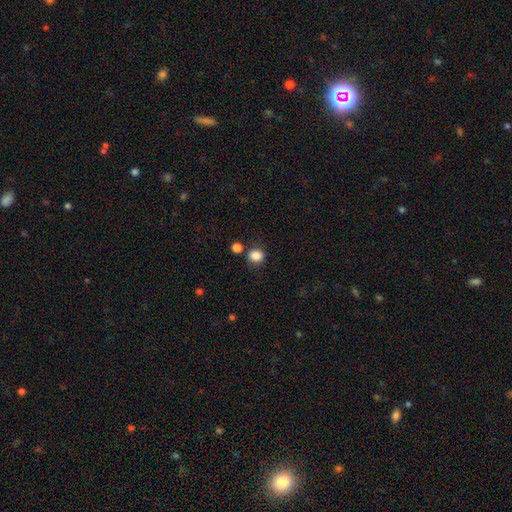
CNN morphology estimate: Smooth or featured? Predicted: smooth (p=0.86). How rounded? Predicted: round (p=0.74). Merging? Predicted: none (p=0.77).